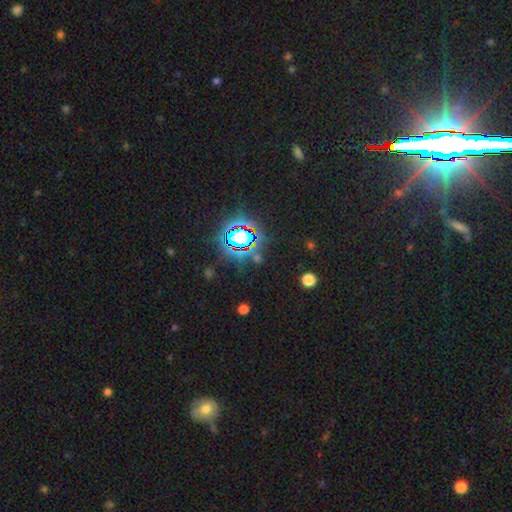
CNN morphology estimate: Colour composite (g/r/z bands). It shows a star or artifact, not a galaxy (76%).